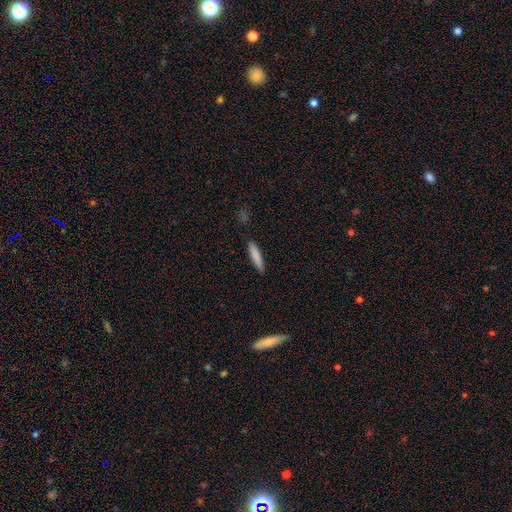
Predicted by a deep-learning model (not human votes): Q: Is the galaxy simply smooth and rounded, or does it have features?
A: smooth — 85%.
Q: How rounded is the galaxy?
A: cigar-shaped — 82%.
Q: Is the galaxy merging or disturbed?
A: none — 89%.